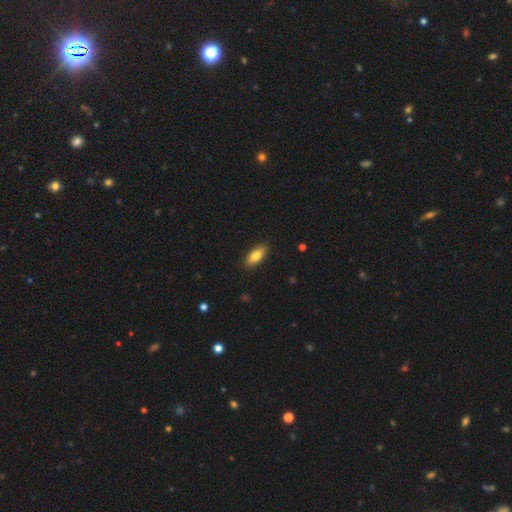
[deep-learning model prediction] Smooth or featured? smooth (81%)
How rounded? in between (81%)
Merging? none (88%)